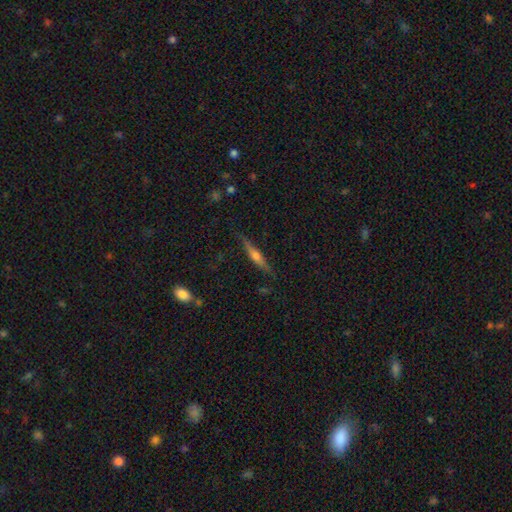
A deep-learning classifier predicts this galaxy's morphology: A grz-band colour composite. It shows a featured or disk galaxy (65%) viewed edge-on (97%) with a rounded central bulge (87%). Merging: none (84%).